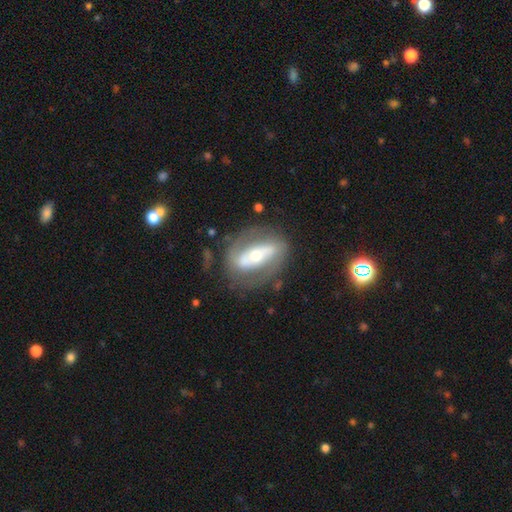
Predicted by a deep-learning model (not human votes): A featured or disk galaxy (71%) with a strong bar (56%), no spiral arms (53%) and a moderate central bulge (57%). Merging: none (72%).